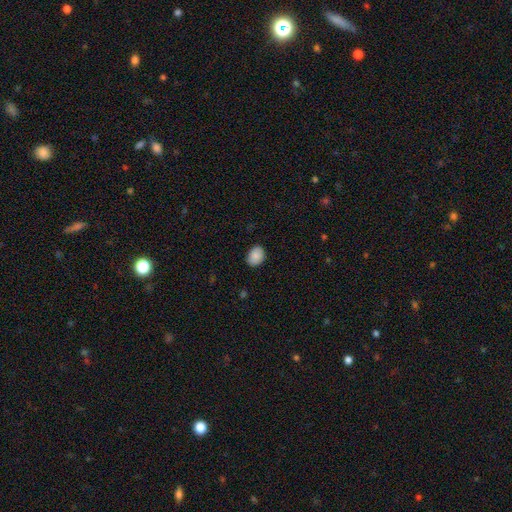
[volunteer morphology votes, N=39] Volunteers were most divided on "how rounded": in between: 55%, round: 45%, cigar-shaped: 0%. More confident: smooth or featured — smooth (85%); merging — none (83%).